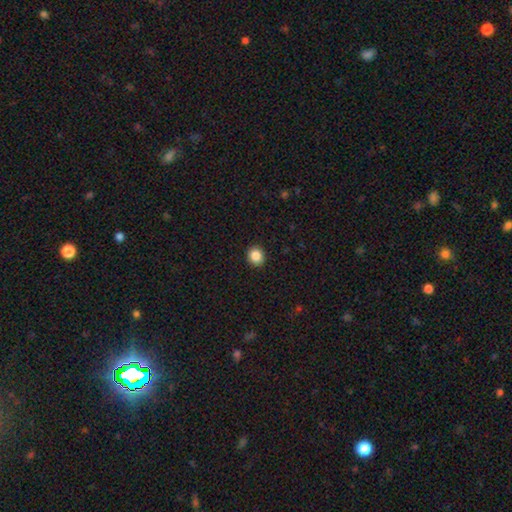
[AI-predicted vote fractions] smooth_or_featured: smooth (p=0.86) [alt: star or artifact p=0.10]
how_rounded: round (p=0.81) [alt: in between p=0.18]
merging: none (p=0.92) [alt: minor disturbance p=0.05]